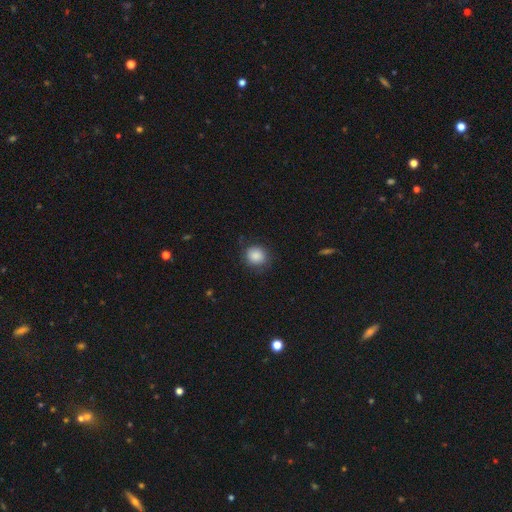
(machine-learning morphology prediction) The model was most divided on "how rounded": round: 81%, in between: 18%, cigar-shaped: 1%. More confident: smooth or featured — smooth (86%); merging — none (80%).